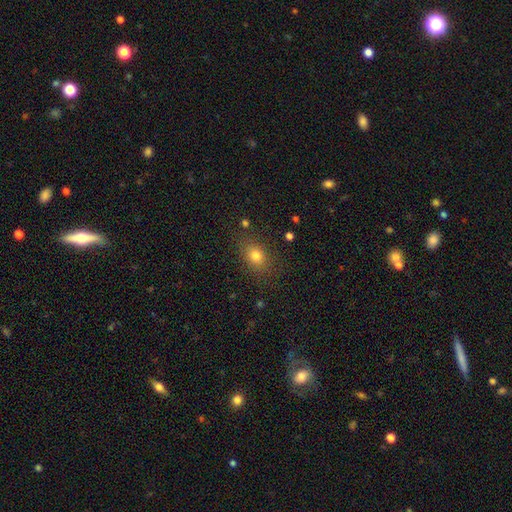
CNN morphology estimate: smooth-or-featured: smooth: 78% | star or artifact: 13% | featured or disk: 9%
  how-rounded: in between: 66% | round: 32% | cigar-shaped: 2%
  merging: none: 81% | minor disturbance: 12% | major disturbance: 5% | merger: 2%